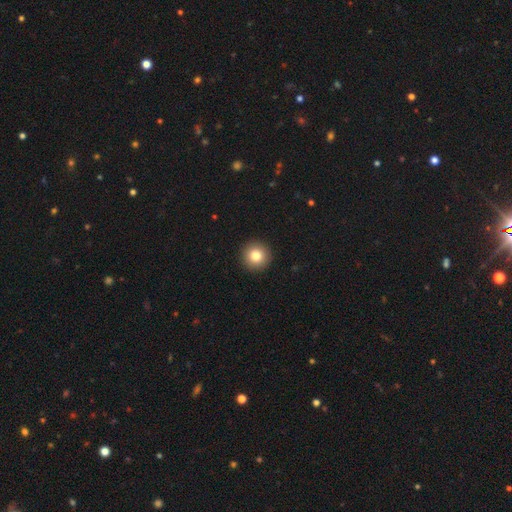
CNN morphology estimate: The model was most divided on "smooth or featured": smooth: 82%, star or artifact: 10%, featured or disk: 8%. More confident: how rounded — round (96%); merging — none (94%).